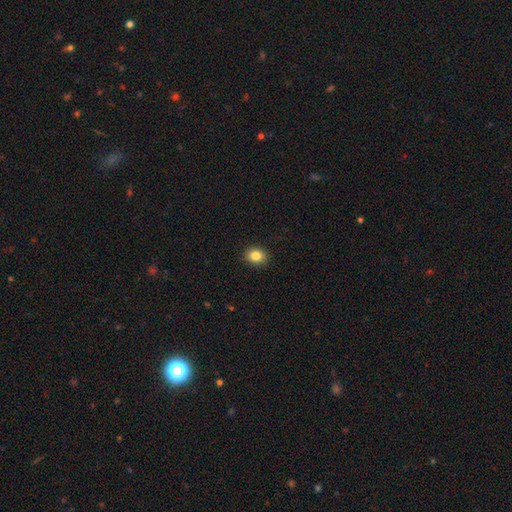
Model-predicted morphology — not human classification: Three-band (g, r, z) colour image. It shows a smooth galaxy with no disk features (85%) that is round (56%). Merging: none (91%).